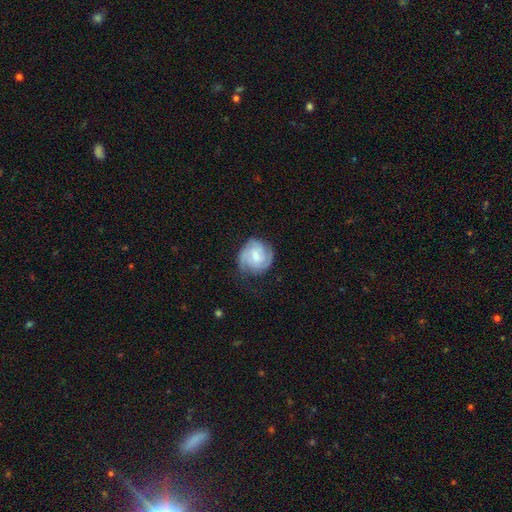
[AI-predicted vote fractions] Morphology: type=featured or disk (72%); edge-on=no (98%); bar=no (51%); spiral arms=yes (94%); winding=tight (59%); arm count=2 (37%); bulge=small (50%); merging=none (67%).